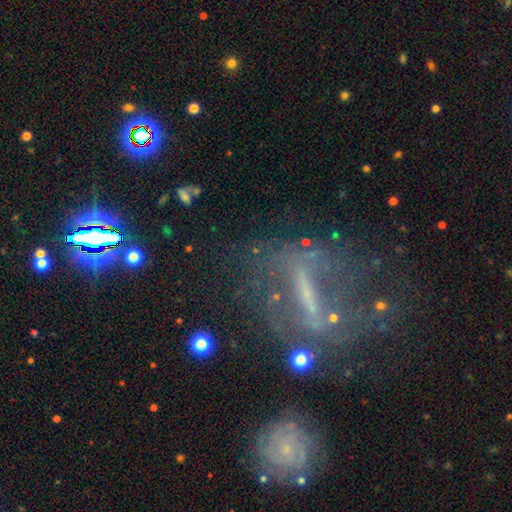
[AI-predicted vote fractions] A featured or disk galaxy (58%). Merging: none (51%).